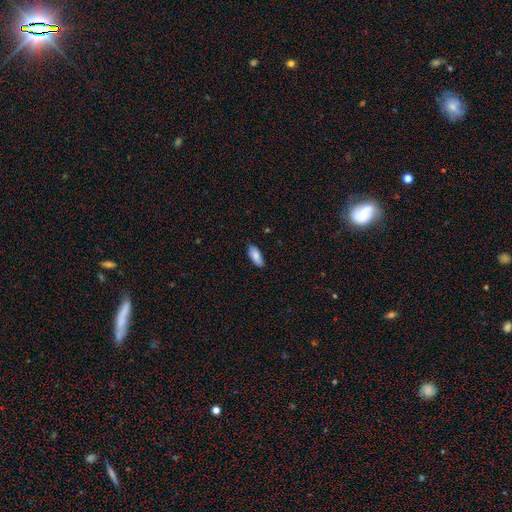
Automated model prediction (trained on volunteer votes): This is clearly a smooth galaxy (85%). How rounded: clearly in between (83%). Merging: clearly none (81%).